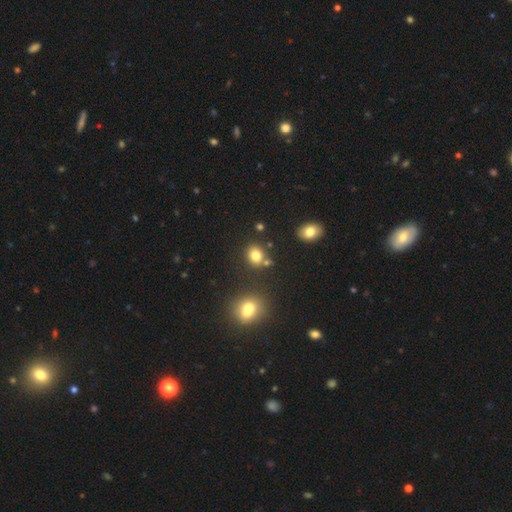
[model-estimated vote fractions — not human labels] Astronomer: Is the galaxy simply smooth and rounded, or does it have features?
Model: smooth — 80%.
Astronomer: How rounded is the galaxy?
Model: round — 61% (runner-up: in between, 38%).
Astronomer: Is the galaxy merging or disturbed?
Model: none — 73%.